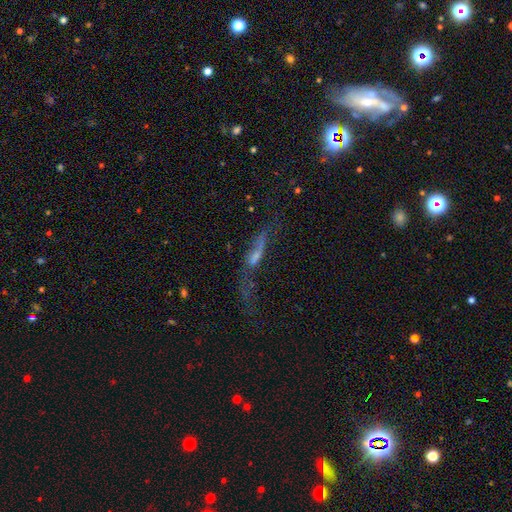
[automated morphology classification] Q: Smooth or featured?
A: featured or disk (44%); runner-up: smooth (43%)
Q: Merging?
A: major disturbance (44%); runner-up: none (26%)